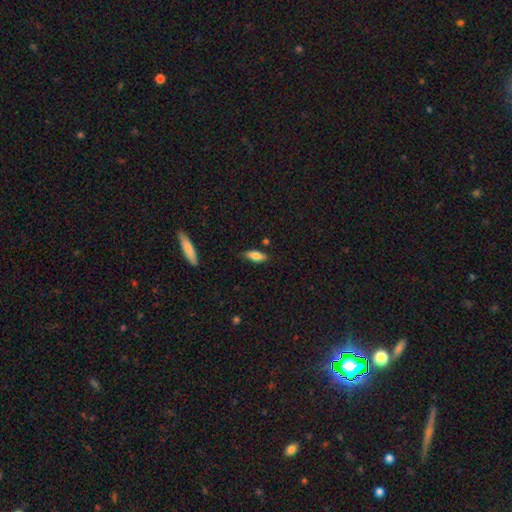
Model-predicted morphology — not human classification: Overall: smooth (82%). How rounded: in between (70%). Merging: none (80%).